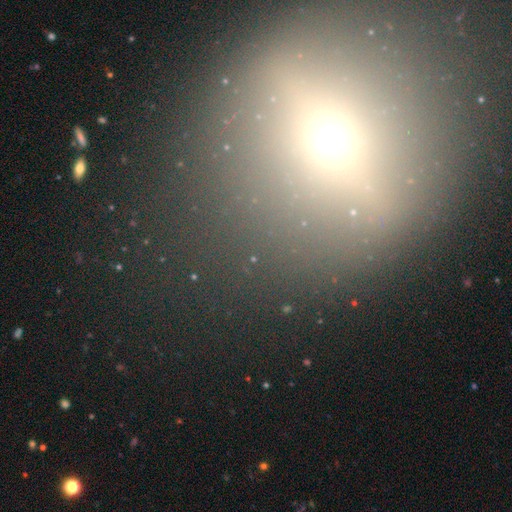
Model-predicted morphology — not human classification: Q: Smooth or featured?
A: star or artifact (44%); runner-up: smooth (41%)